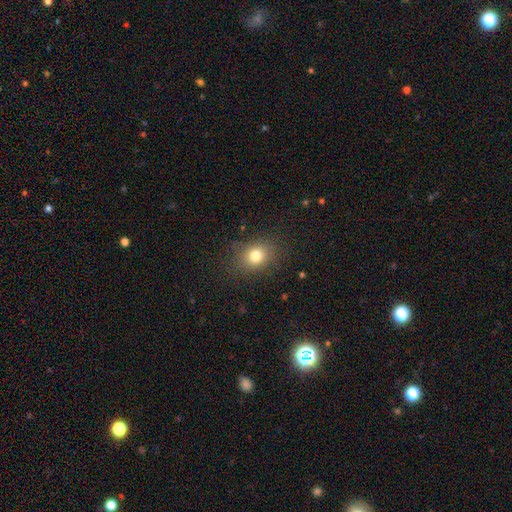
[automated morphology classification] A smooth galaxy with no disk features (79%) that is round (57%).

Vote fractions:
- Smooth or featured? smooth: 79% / star or artifact: 13% / featured or disk: 8%
- How rounded? round: 57% / in between: 42% / cigar-shaped: 1%
- Merging? none: 84% / minor disturbance: 11% / major disturbance: 4% / merger: 1%